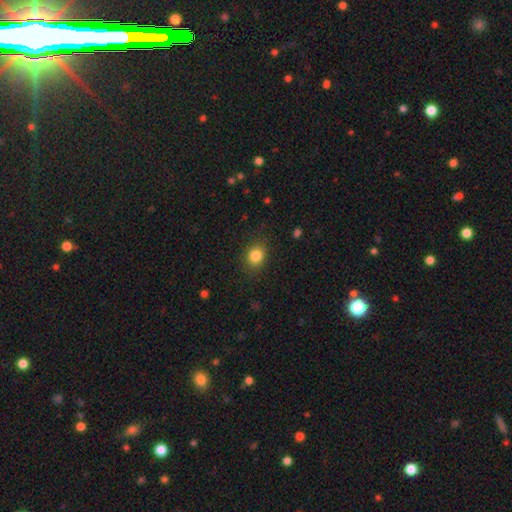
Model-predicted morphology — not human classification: Overall: smooth (84%). How rounded: round (66%; in between 33%). Merging: none (84%).